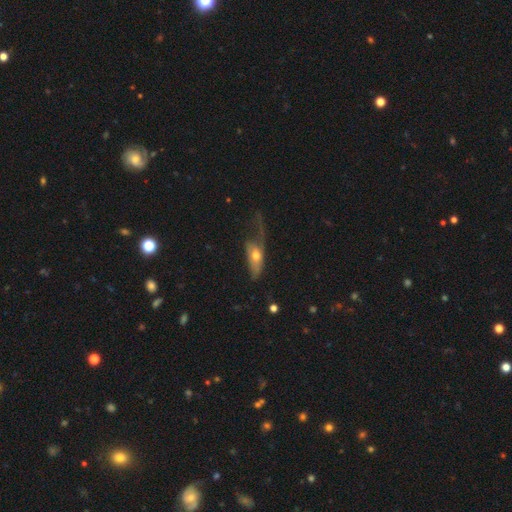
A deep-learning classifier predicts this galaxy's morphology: Smooth or featured: smooth — 53% (featured or disk — 40%)
How rounded: in between — 72% (cigar-shaped — 21%)
Merging: major disturbance — 54% (minor disturbance — 22%)